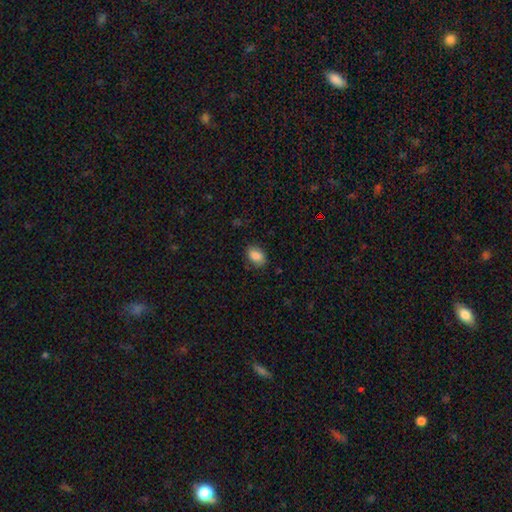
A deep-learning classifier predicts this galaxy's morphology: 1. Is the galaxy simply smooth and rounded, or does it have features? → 85% smooth, 8% star or artifact, 7% featured or disk.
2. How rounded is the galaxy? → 81% in between, 17% round, 1% cigar-shaped.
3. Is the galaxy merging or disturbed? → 83% none, 13% minor disturbance, 3% major disturbance, 1% merger.